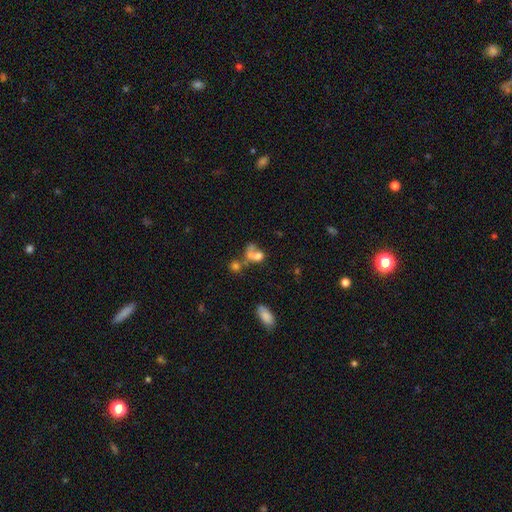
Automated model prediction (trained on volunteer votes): smooth-or-featured: smooth: 60% | featured or disk: 25% | star or artifact: 15%
  how-rounded: in between: 59% | round: 38% | cigar-shaped: 3%
  merging: merger: 52% | none: 21% | major disturbance: 18% | minor disturbance: 10%